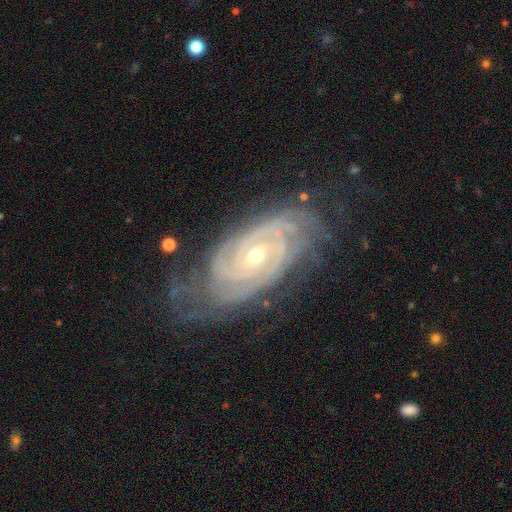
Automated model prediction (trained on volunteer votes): featured or disk 91%, star or artifact 5%, smooth 3%. Down the decision tree: edge-on disk — no (95%); bar — no (57%); spiral arms — yes (98%); spiral arm count — 2 (27%); spiral winding — tight (83%); bulge size — small (55%); merging — none (72%).